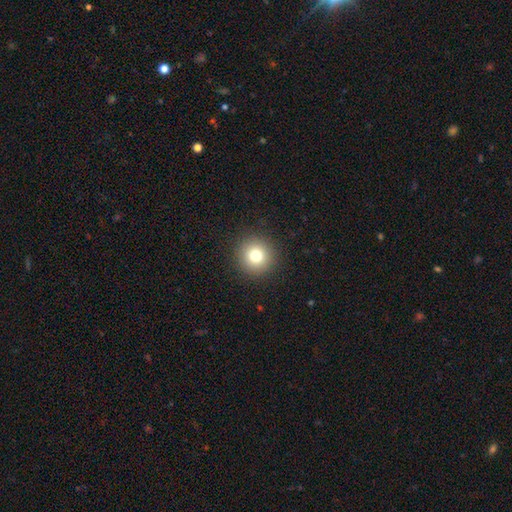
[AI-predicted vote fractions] The model was most divided on "smooth or featured": smooth: 78%, star or artifact: 13%, featured or disk: 9%. More confident: how rounded — round (95%); merging — none (92%).